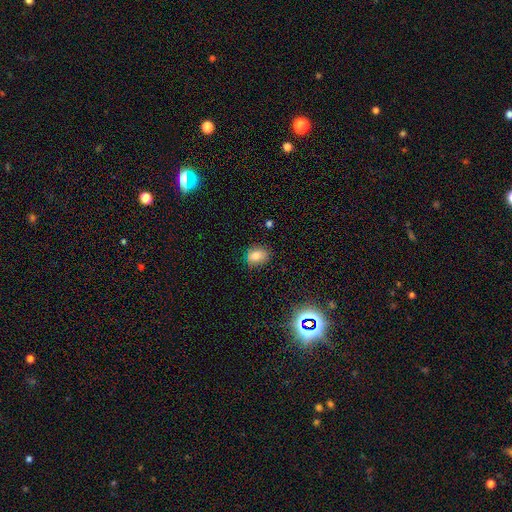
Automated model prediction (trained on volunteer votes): smooth-or-featured: smooth: 79% | star or artifact: 12% | featured or disk: 8%
  how-rounded: in between: 57% | round: 42% | cigar-shaped: 1%
  merging: none: 79% | minor disturbance: 16% | major disturbance: 3% | merger: 2%